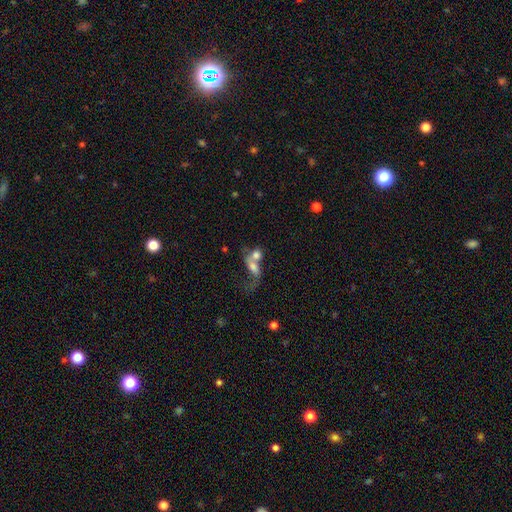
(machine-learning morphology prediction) smooth-or-featured: smooth: 59% | featured or disk: 29% | star or artifact: 12%
  how-rounded: in between: 58% | round: 36% | cigar-shaped: 6%
  merging: merger: 69% | major disturbance: 13% | none: 12% | minor disturbance: 6%